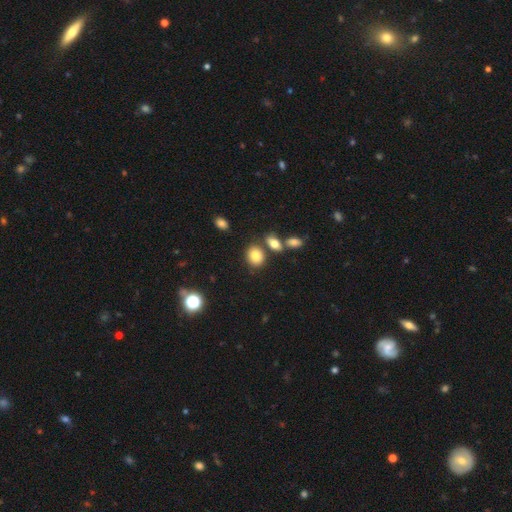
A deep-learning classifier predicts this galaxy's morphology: Smooth or featured?
  - smooth: 81% *
  - star or artifact: 11%
  - featured or disk: 8%
How rounded?
  - round: 53% *
  - in between: 45%
  - cigar-shaped: 1%
Merging?
  - none: 71% *
  - merger: 14%
  - minor disturbance: 11%
  - major disturbance: 4%